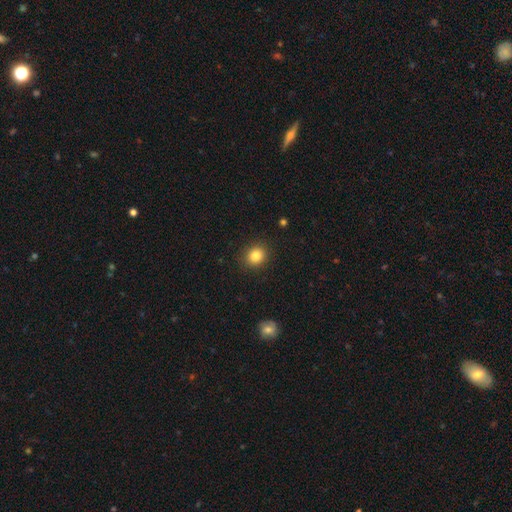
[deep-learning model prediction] Overall: smooth (84%). How rounded: round (74%). Merging: none (89%).